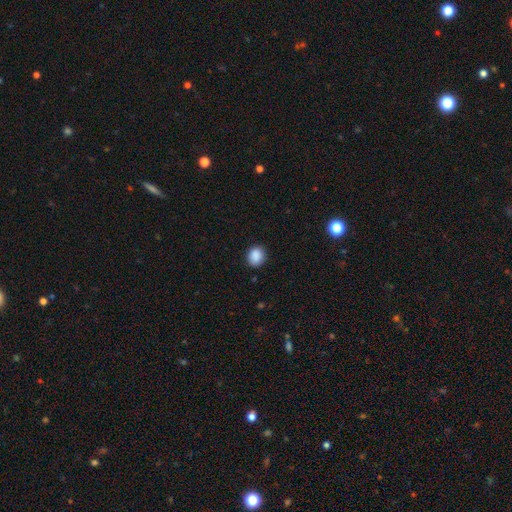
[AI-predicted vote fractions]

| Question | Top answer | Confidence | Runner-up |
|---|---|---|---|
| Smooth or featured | smooth | 88% | star or artifact (9%) |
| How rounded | round | 67% | in between (32%) |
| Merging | none | 87% | minor disturbance (10%) |